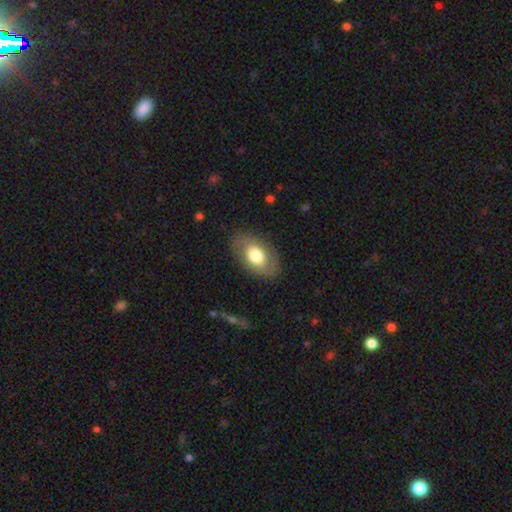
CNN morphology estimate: A smooth galaxy with no disk features (67%) that is in between round and cigar-shaped (90%).

Vote fractions:
- Smooth or featured? smooth: 67% / featured or disk: 27% / star or artifact: 6%
- How rounded? in between: 90% / round: 9% / cigar-shaped: 1%
- Merging? none: 82% / minor disturbance: 12% / major disturbance: 5% / merger: 1%